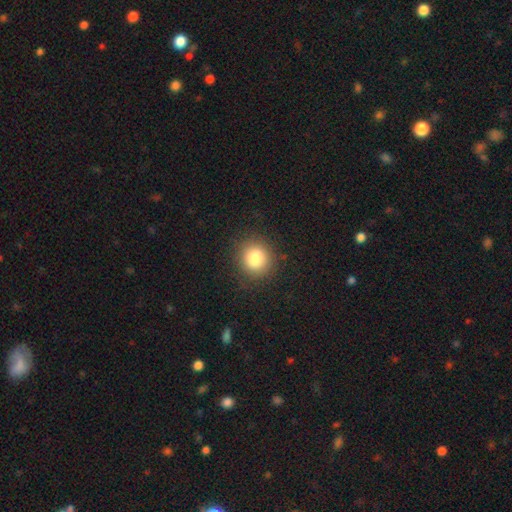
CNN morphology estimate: This is clearly a smooth galaxy (83%). How rounded: clearly round (86%). Merging: clearly none (88%).